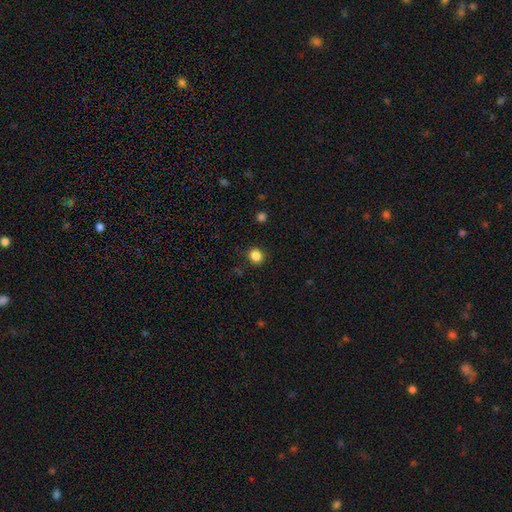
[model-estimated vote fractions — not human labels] smooth 86%, star or artifact 11%, featured or disk 3%. Down the decision tree: how rounded — round (81%); merging — none (89%).